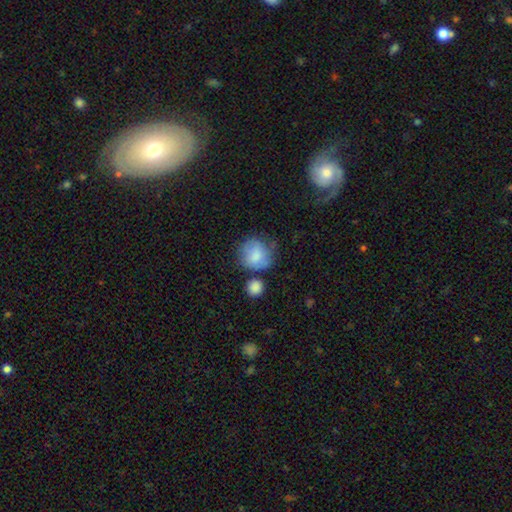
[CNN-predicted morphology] Smooth or featured? smooth (77%)
How rounded? round (81%)
Merging? none (53%)